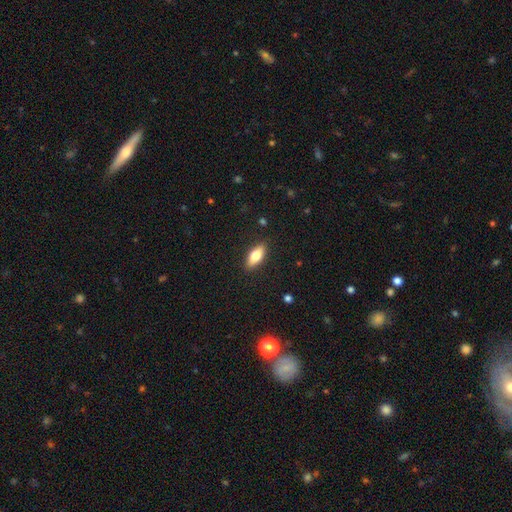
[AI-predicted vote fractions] smooth_or_featured: smooth (p=0.74) [alt: featured or disk p=0.20]
how_rounded: in between (p=0.77) [alt: cigar-shaped p=0.21]
merging: none (p=0.88) [alt: minor disturbance p=0.09]